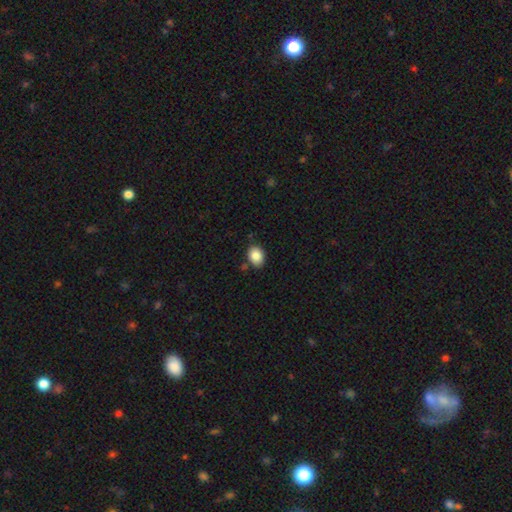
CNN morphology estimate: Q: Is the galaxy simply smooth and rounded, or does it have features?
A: smooth — 87%.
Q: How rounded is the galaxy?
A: in between — 61%.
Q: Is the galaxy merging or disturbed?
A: none — 81%.